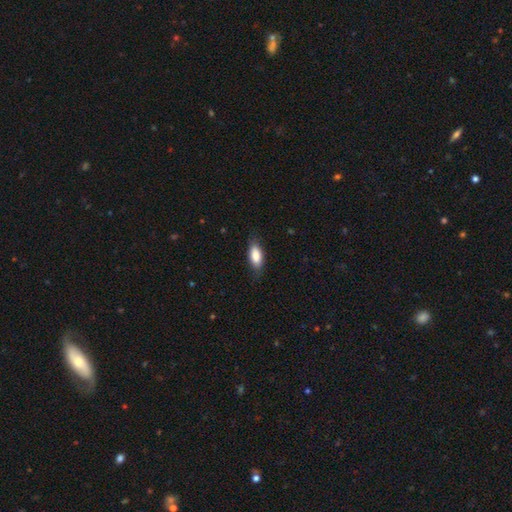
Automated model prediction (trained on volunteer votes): Overall: smooth (84%). How rounded: in between (83%). Merging: none (79%).